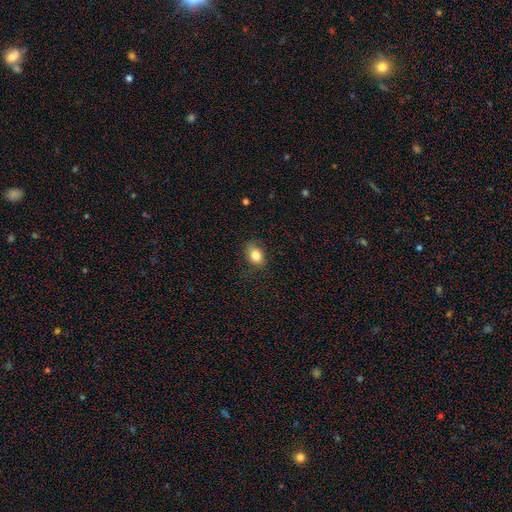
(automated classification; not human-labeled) Smooth or featured?
  - smooth: 82% *
  - star or artifact: 10%
  - featured or disk: 8%
How rounded?
  - in between: 66% *
  - round: 32%
  - cigar-shaped: 1%
Merging?
  - none: 79% *
  - minor disturbance: 16%
  - major disturbance: 4%
  - merger: 1%